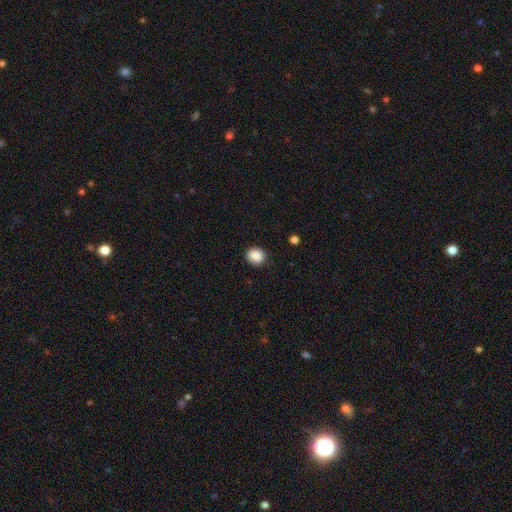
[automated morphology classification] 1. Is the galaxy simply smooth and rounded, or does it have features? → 88% smooth, 9% star or artifact, 3% featured or disk.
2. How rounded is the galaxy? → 79% round, 20% in between, 1% cigar-shaped.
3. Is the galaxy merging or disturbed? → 88% none, 8% minor disturbance, 2% major disturbance, 1% merger.